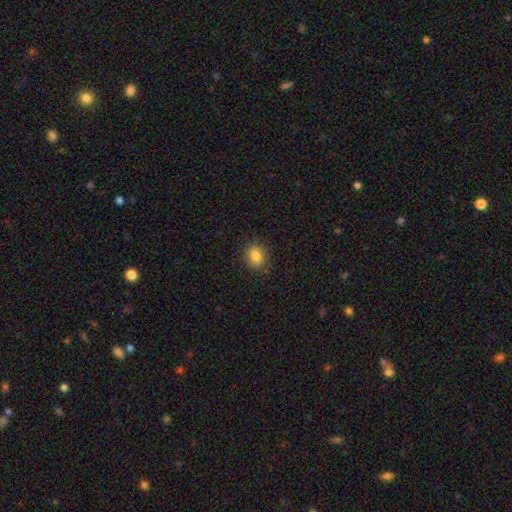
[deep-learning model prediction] The model was most divided on "how rounded": round: 54%, in between: 45%, cigar-shaped: 1%. More confident: merging — none (86%); smooth or featured — smooth (84%).